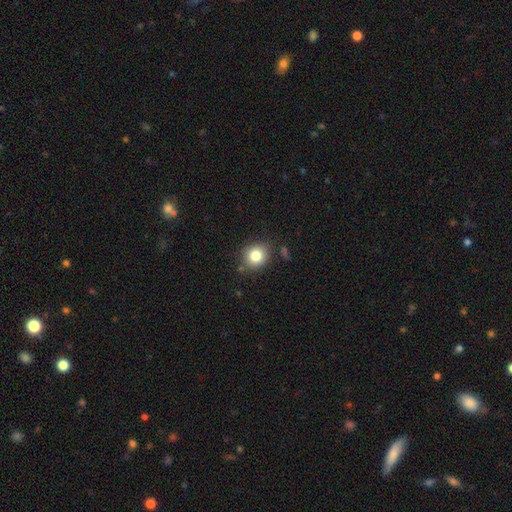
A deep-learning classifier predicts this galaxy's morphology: A smooth galaxy with no disk features (81%) that is round (78%). Merging: none (81%).